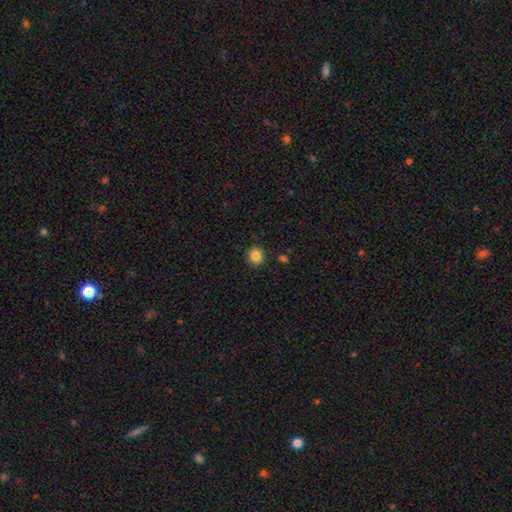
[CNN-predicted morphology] This is clearly a smooth galaxy (85%). How rounded: clearly round (84%). Merging: clearly none (91%).